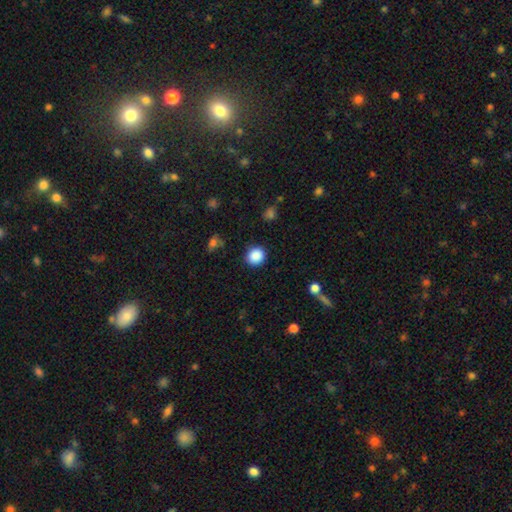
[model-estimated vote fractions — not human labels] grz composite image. It shows a smooth galaxy with no disk features (88%) that is round (88%). Merging: none (89%).